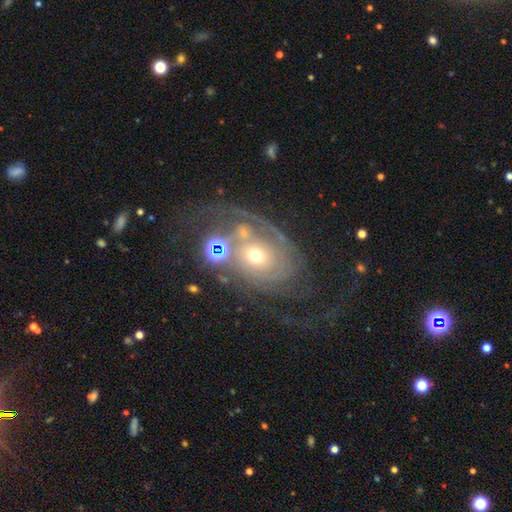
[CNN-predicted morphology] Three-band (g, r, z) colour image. It shows a featured or disk galaxy (80%) with no bar (80%), 2 (40%) tight (53%) spiral arms (89%) and a small central bulge (50%). Merging: none (45%).